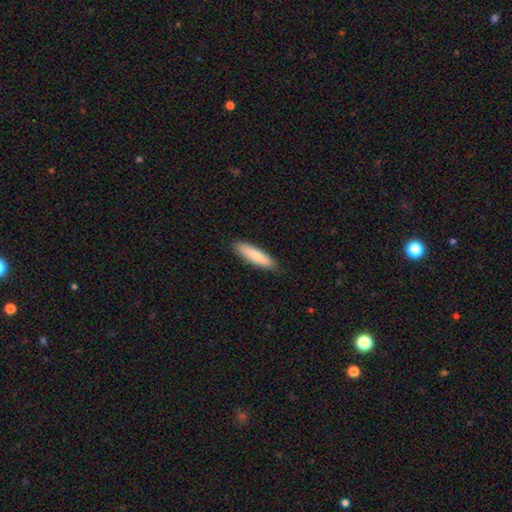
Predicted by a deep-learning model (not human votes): The model was most divided on "how rounded": cigar-shaped: 72%, in between: 27%, round: 1%. More confident: merging — none (87%); smooth or featured — smooth (81%).